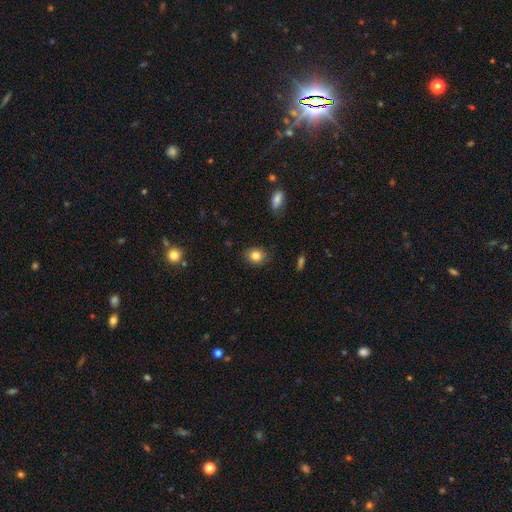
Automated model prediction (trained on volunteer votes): Overall: smooth (83%). How rounded: round (59%; in between 40%). Merging: none (85%).